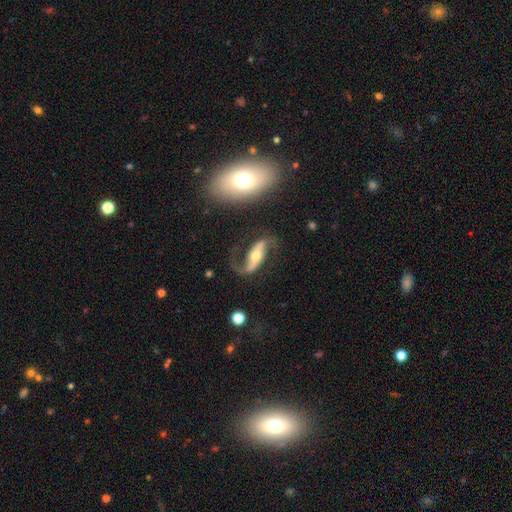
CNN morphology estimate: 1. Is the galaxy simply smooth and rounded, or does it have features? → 86% featured or disk, 9% smooth, 5% star or artifact.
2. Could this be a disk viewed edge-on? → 90% no, 10% yes.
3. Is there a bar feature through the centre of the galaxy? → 52% strong, 25% no, 24% weak.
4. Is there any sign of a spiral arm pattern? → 95% yes, 5% no.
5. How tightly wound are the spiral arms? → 72% loose, 22% medium, 6% tight.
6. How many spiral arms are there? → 89% 2, 6% 1, 2% can't tell, 1% 3, 1% 4, 1% more than 4.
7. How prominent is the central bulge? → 60% moderate, 31% small, 6% large, 2% dominant, 2% none.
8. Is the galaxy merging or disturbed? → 67% none, 15% minor disturbance, 15% major disturbance, 3% merger.